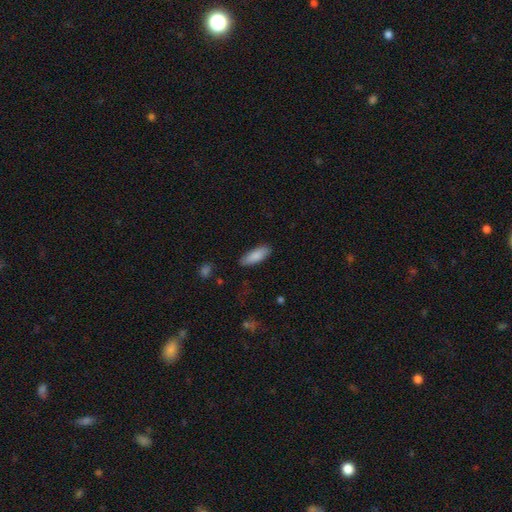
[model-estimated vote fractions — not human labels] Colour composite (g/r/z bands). It shows a smooth galaxy with no disk features (88%) that is in between round and cigar-shaped (68%). Merging: none (87%).